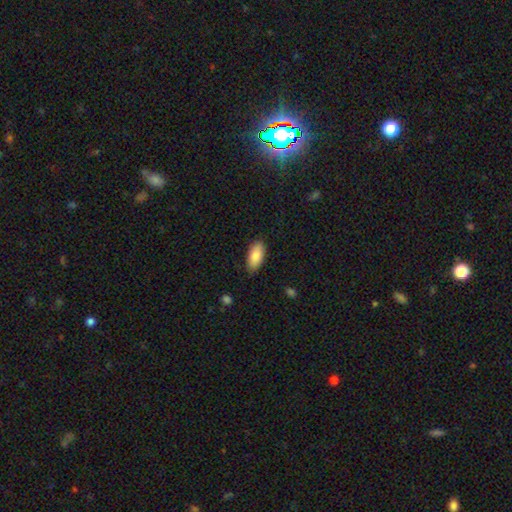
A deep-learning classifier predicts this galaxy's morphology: Smooth or featured: smooth — 86% (featured or disk — 8%)
How rounded: in between — 91% (cigar-shaped — 7%)
Merging: none — 82% (minor disturbance — 14%)